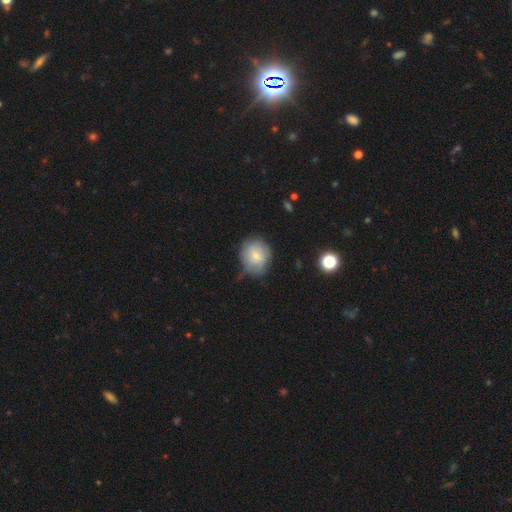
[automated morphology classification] smooth 65%, featured or disk 27%, star or artifact 8%. Down the decision tree: how rounded — round (73%); merging — none (49%).